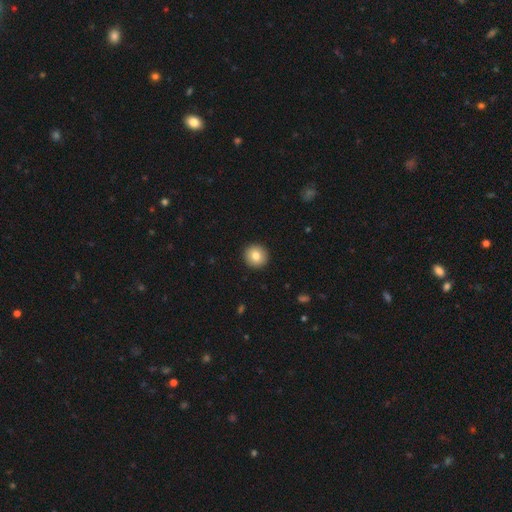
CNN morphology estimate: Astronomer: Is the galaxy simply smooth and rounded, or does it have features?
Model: smooth — 81%.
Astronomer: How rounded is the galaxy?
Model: round — 95%.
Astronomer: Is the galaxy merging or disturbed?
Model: none — 93%.